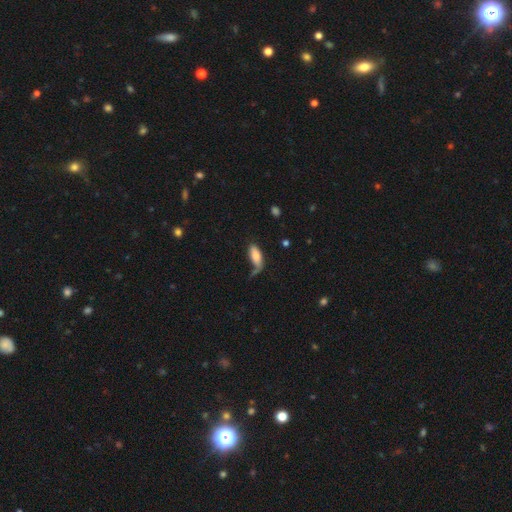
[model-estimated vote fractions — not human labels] Smooth or featured?
  - smooth: 75% *
  - featured or disk: 18%
  - star or artifact: 7%
How rounded?
  - in between: 78% *
  - cigar-shaped: 19%
  - round: 3%
Merging?
  - none: 43% *
  - minor disturbance: 28%
  - major disturbance: 19%
  - merger: 9%